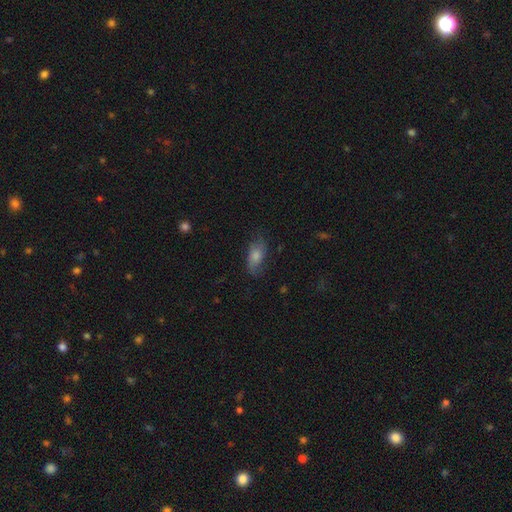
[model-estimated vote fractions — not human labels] smooth_or_featured: smooth (p=0.58) [alt: featured or disk p=0.30]
how_rounded: in between (p=0.82) [alt: cigar-shaped p=0.11]
merging: none (p=0.70) [alt: minor disturbance p=0.21]